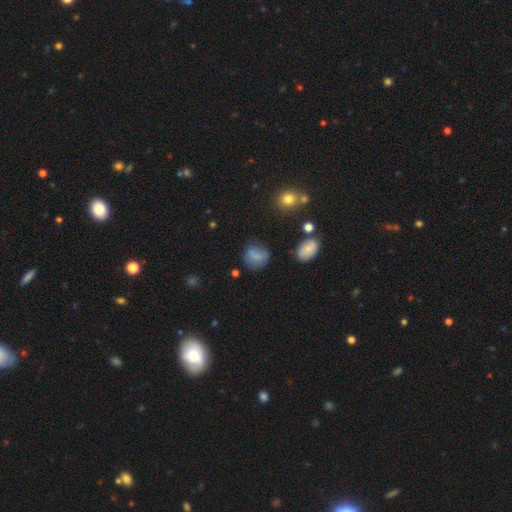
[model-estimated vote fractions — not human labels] Q: Smooth or featured?
A: smooth (72%); runner-up: featured or disk (16%)
Q: How rounded?
A: round (70%); runner-up: in between (29%)
Q: Merging?
A: none (67%); runner-up: minor disturbance (20%)